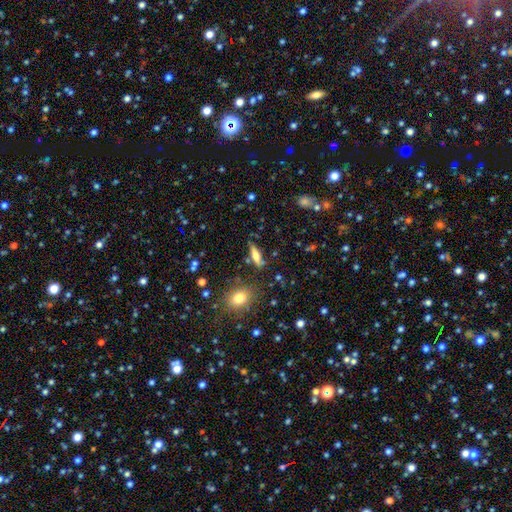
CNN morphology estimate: Smooth or featured? Predicted: smooth (p=0.55). How rounded? Predicted: cigar-shaped (p=0.55). Merging? Predicted: none (p=0.74).